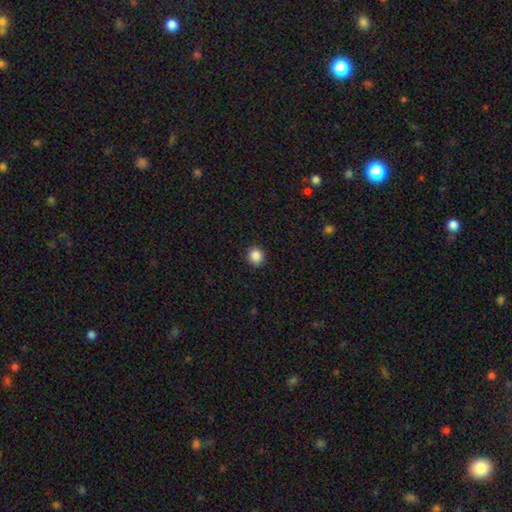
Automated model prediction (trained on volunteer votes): Smooth or featured? Predicted: smooth (p=0.87). How rounded? Predicted: round (p=0.89). Merging? Predicted: none (p=0.92).